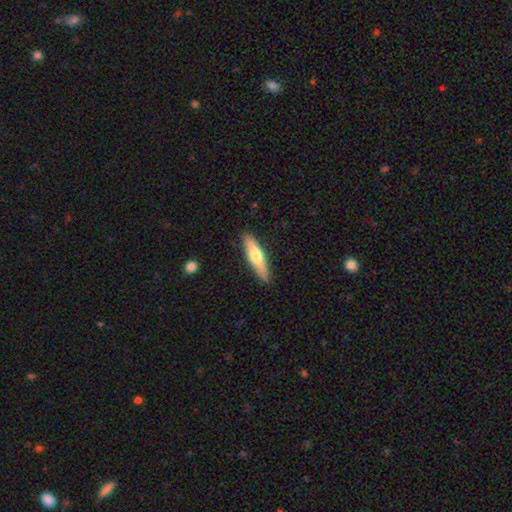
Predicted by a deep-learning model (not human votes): Overall: smooth (60%; featured or disk 34%). How rounded: cigar-shaped (76%). Merging: none (87%).